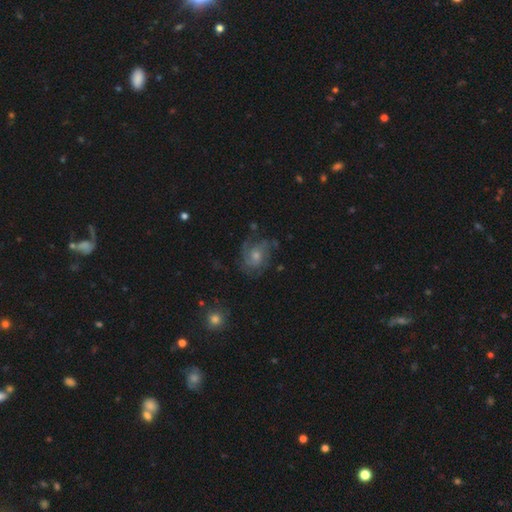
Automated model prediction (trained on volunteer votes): Morphology: type=featured or disk (76%); edge-on=no (98%); bar=no (71%); spiral arms=yes (93%); winding=tight (45%); arm count=3 (29%); bulge=moderate (50%); merging=none (65%).